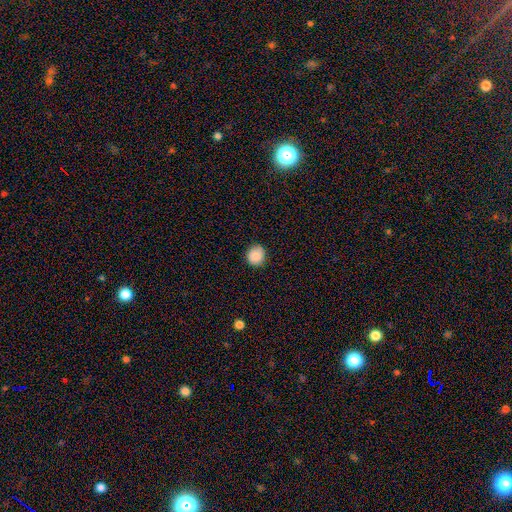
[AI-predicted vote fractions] smooth-or-featured: smooth: 88% | star or artifact: 9% | featured or disk: 4%
  how-rounded: round: 86% | in between: 13% | cigar-shaped: 1%
  merging: none: 86% | minor disturbance: 10% | major disturbance: 2% | merger: 1%